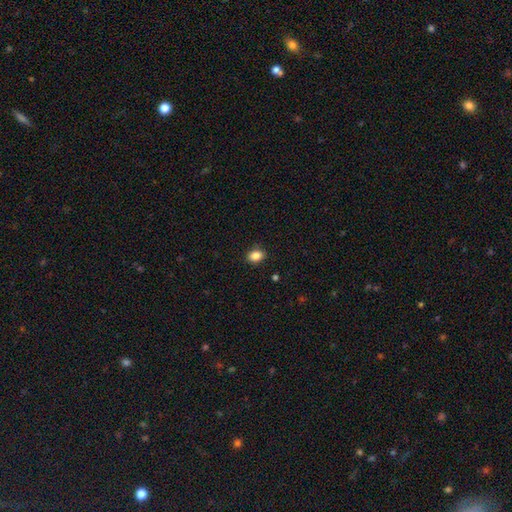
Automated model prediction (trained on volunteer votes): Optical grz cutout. It shows a smooth galaxy with no disk features (86%) that is in between round and cigar-shaped (71%). Merging: none (88%).